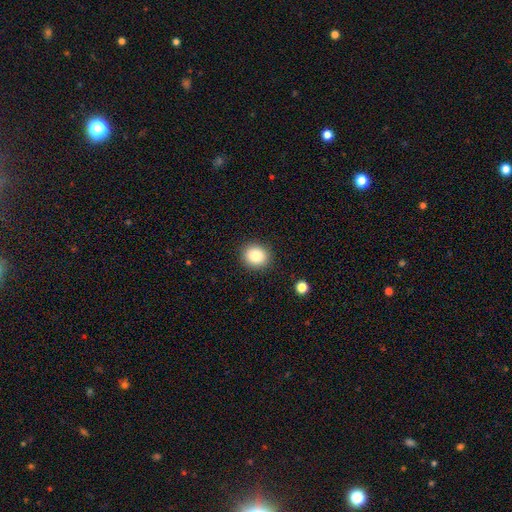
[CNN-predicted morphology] smooth_or_featured: smooth (p=0.84) [alt: star or artifact p=0.10]
how_rounded: round (p=0.82) [alt: in between p=0.17]
merging: none (p=0.90) [alt: minor disturbance p=0.06]